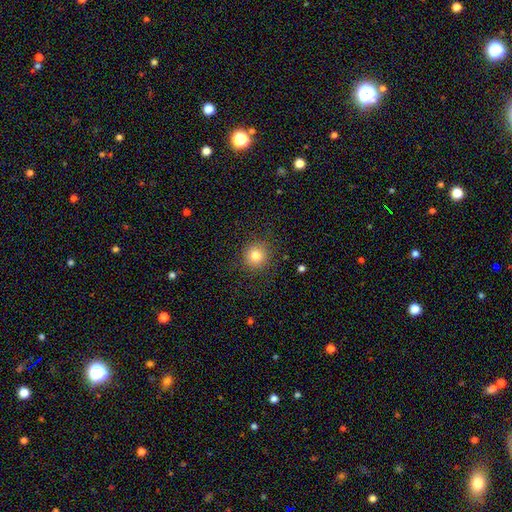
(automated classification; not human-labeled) Overall: smooth (80%). How rounded: round (94%). Merging: none (88%).